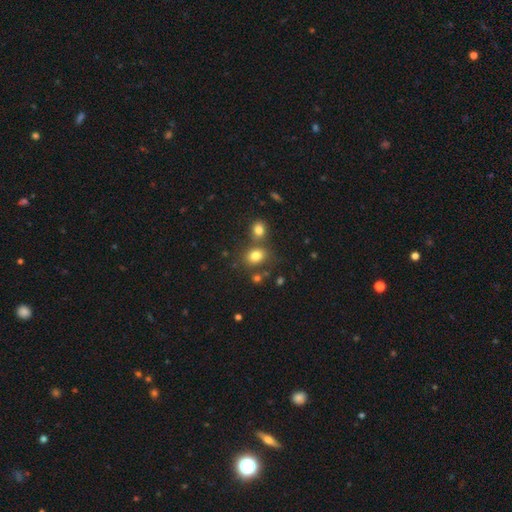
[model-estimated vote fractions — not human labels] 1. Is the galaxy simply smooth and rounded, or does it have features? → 79% smooth, 13% star or artifact, 8% featured or disk.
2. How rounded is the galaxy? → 50% round, 49% in between, 1% cigar-shaped.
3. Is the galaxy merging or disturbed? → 61% none, 25% merger, 11% minor disturbance, 4% major disturbance.